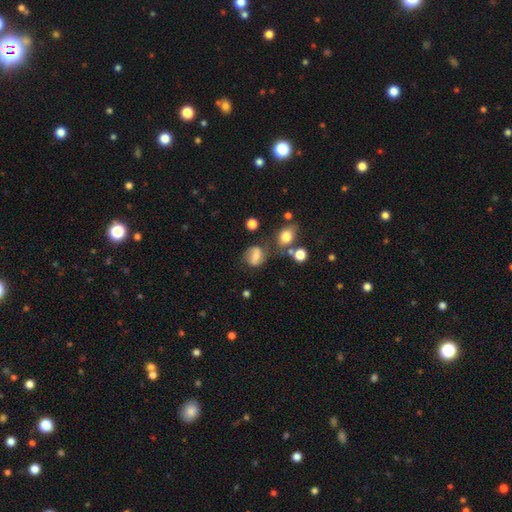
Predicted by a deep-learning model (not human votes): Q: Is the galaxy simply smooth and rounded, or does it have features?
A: smooth — 55%.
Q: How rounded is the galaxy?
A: in between — 56%.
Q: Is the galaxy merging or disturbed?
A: none — 54%.